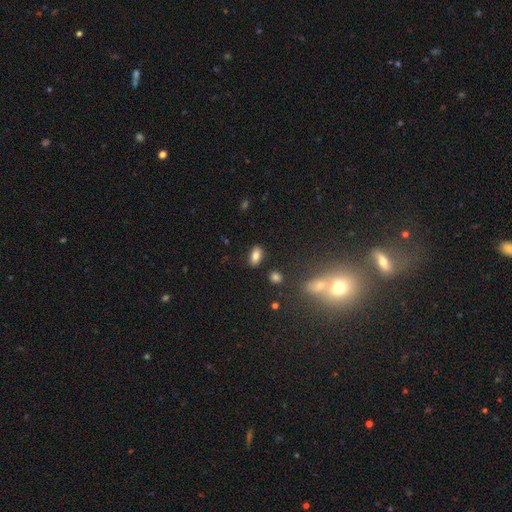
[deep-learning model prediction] Smooth or featured? Predicted: smooth (p=0.81). How rounded? Predicted: in between (p=0.90). Merging? Predicted: none (p=0.85).